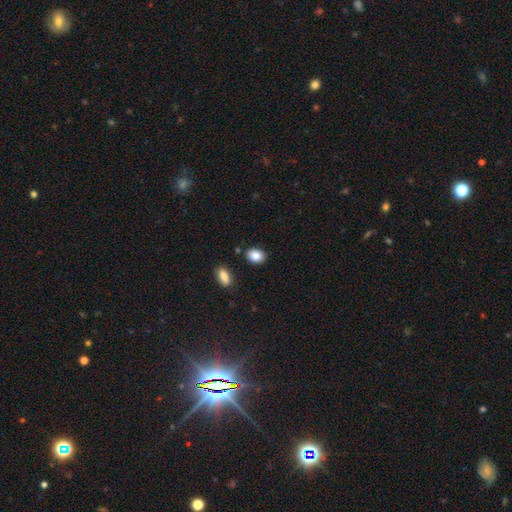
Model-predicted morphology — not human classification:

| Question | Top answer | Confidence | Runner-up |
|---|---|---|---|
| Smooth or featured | smooth | 85% | star or artifact (8%) |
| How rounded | in between | 66% | round (33%) |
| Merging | none | 85% | minor disturbance (9%) |